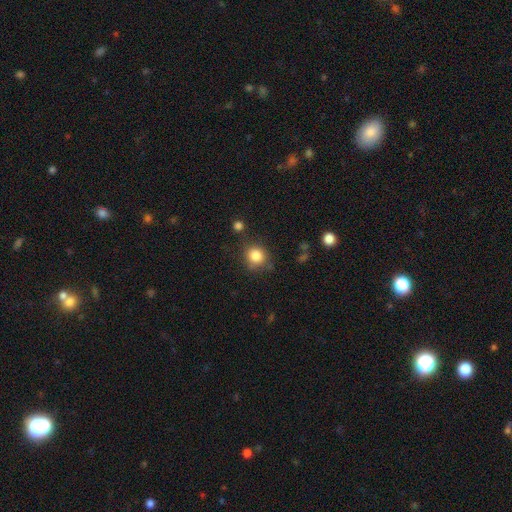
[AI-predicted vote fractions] Smooth or featured? smooth (84%)
How rounded? round (85%)
Merging? none (77%)